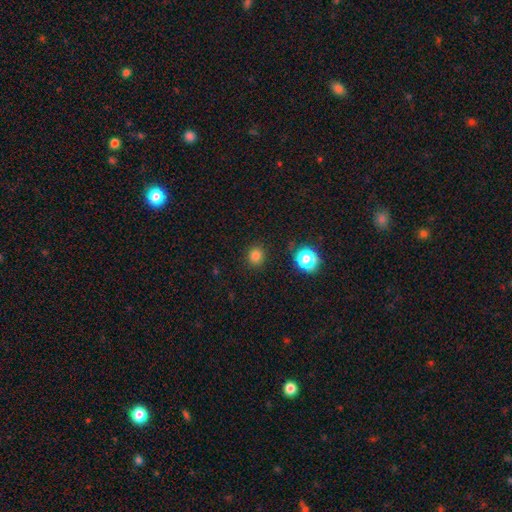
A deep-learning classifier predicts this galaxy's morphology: Smooth or featured?
  - smooth: 81% *
  - star or artifact: 15%
  - featured or disk: 4%
How rounded?
  - round: 84% *
  - in between: 15%
  - cigar-shaped: 1%
Merging?
  - none: 89% *
  - minor disturbance: 7%
  - major disturbance: 3%
  - merger: 2%